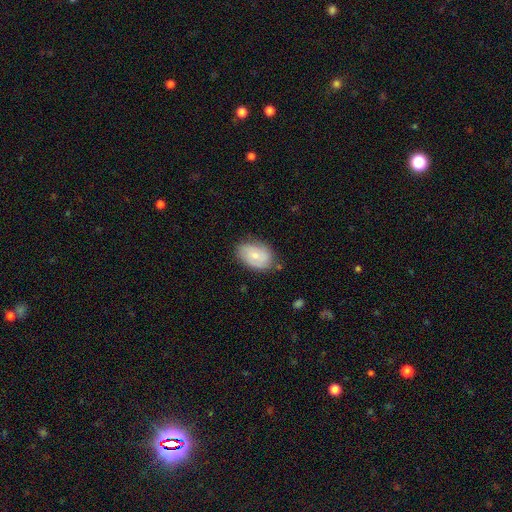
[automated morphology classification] This is likely a smooth galaxy (61%). How rounded: clearly in between (82%). Merging: likely none (72%).